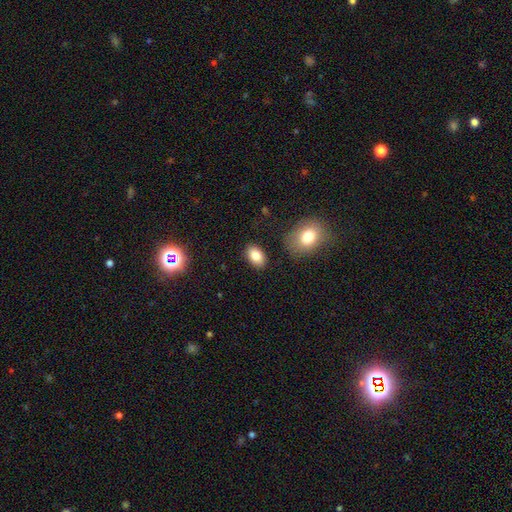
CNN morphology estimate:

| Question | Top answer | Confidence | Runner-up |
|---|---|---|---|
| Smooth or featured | smooth | 83% | featured or disk (9%) |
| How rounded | in between | 88% | round (11%) |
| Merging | none | 86% | minor disturbance (9%) |